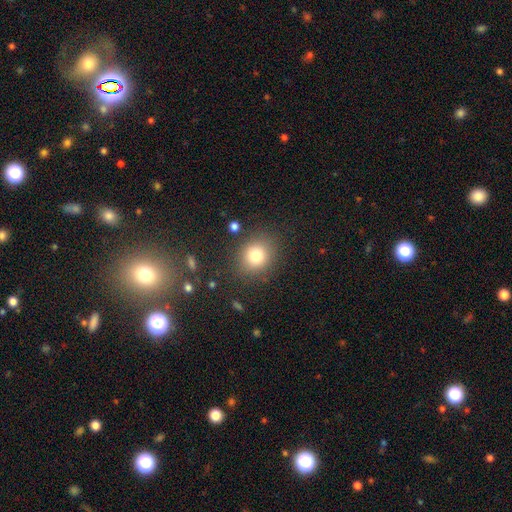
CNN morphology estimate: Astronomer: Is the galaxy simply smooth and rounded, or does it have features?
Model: smooth — 80%.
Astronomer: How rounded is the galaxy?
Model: round — 73%.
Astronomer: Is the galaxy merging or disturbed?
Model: none — 83%.